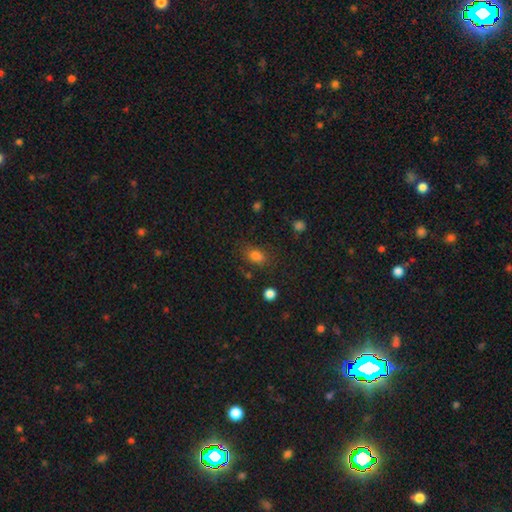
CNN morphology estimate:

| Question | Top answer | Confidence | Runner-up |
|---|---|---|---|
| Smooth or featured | smooth | 81% | star or artifact (12%) |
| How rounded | in between | 80% | round (18%) |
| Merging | none | 73% | minor disturbance (17%) |